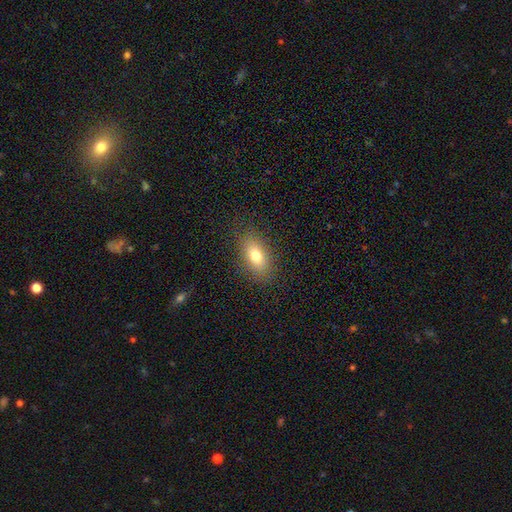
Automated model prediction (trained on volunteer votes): Smooth or featured? Predicted: smooth (p=0.76). How rounded? Predicted: in between (p=0.84). Merging? Predicted: none (p=0.86).